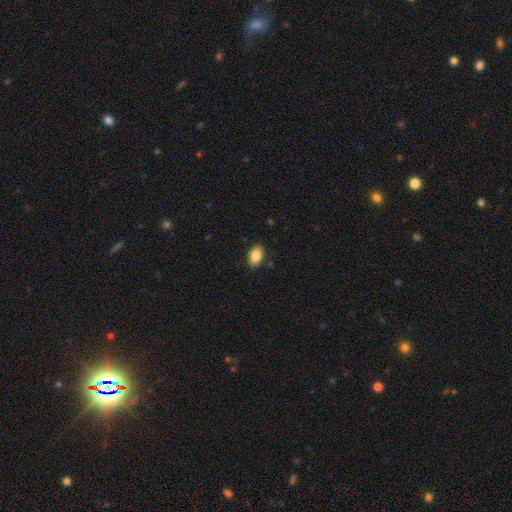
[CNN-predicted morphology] Overall: smooth (86%). How rounded: in between (90%). Merging: none (85%).